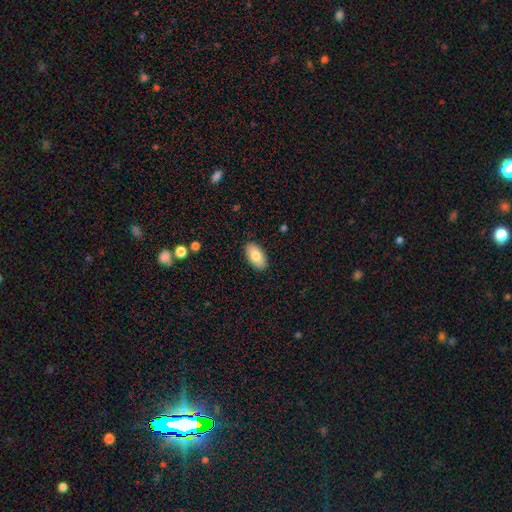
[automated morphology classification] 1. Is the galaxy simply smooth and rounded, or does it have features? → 81% smooth, 12% featured or disk, 6% star or artifact.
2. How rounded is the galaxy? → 94% in between, 3% round, 3% cigar-shaped.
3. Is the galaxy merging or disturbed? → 89% none, 8% minor disturbance, 2% major disturbance, 1% merger.